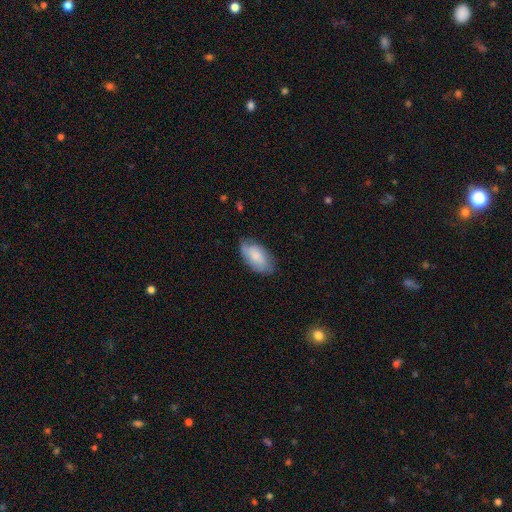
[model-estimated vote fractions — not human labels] Smooth or featured? Predicted: smooth (p=0.72). How rounded? Predicted: in between (p=0.94). Merging? Predicted: none (p=0.70).